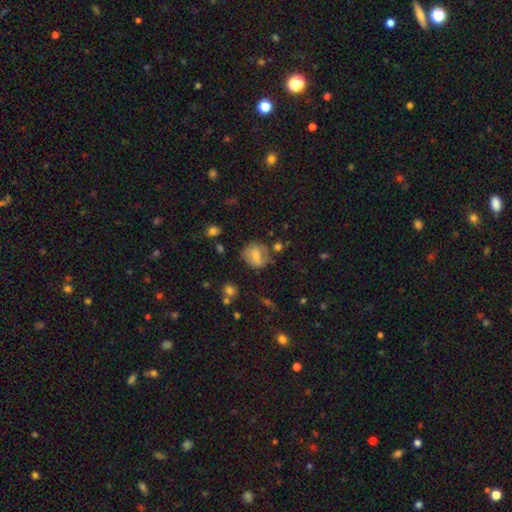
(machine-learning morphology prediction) smooth_or_featured: smooth (p=0.62) [alt: featured or disk p=0.28]
how_rounded: round (p=0.68) [alt: in between p=0.31]
merging: none (p=0.63) [alt: minor disturbance p=0.22]